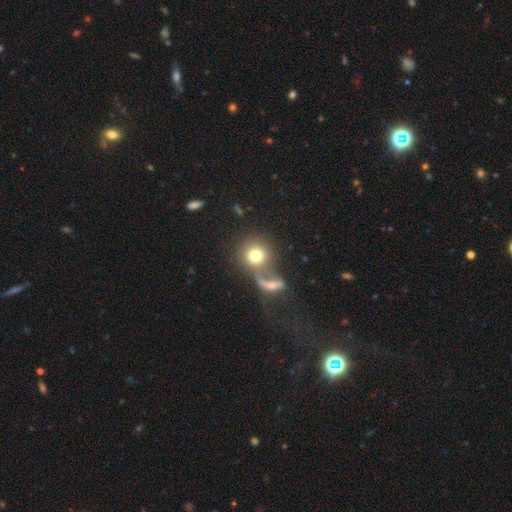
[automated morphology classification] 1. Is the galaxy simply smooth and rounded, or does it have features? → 73% smooth, 17% featured or disk, 10% star or artifact.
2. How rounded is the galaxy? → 87% round, 11% in between, 1% cigar-shaped.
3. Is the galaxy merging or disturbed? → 42% none, 40% merger, 10% major disturbance, 9% minor disturbance.